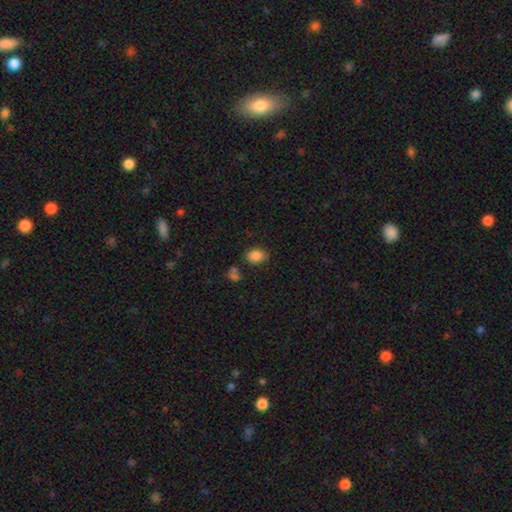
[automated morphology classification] The model was most divided on "how rounded": in between: 76%, round: 23%, cigar-shaped: 1%. More confident: smooth or featured — smooth (86%); merging — none (76%).